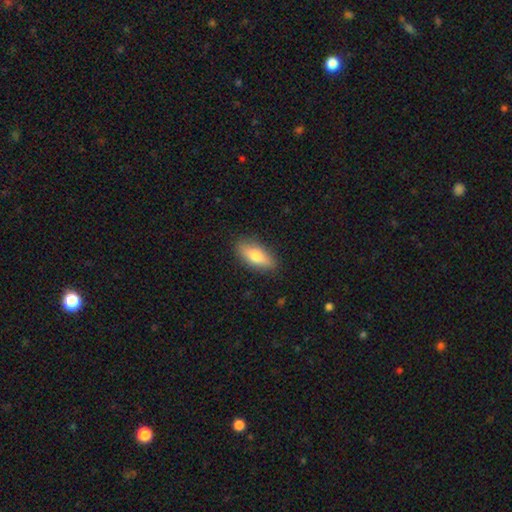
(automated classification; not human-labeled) Smooth or featured?
  - smooth: 72% *
  - featured or disk: 22%
  - star or artifact: 6%
How rounded?
  - in between: 77% *
  - cigar-shaped: 19%
  - round: 4%
Merging?
  - none: 86% *
  - minor disturbance: 10%
  - major disturbance: 2%
  - merger: 1%